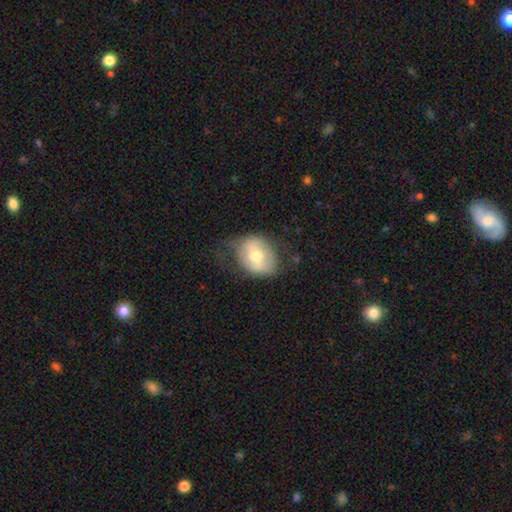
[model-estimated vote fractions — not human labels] smooth_or_featured: smooth (p=0.54) [alt: featured or disk p=0.39]
how_rounded: in between (p=0.50) [alt: round p=0.49]
merging: none (p=0.53) [alt: minor disturbance p=0.29]